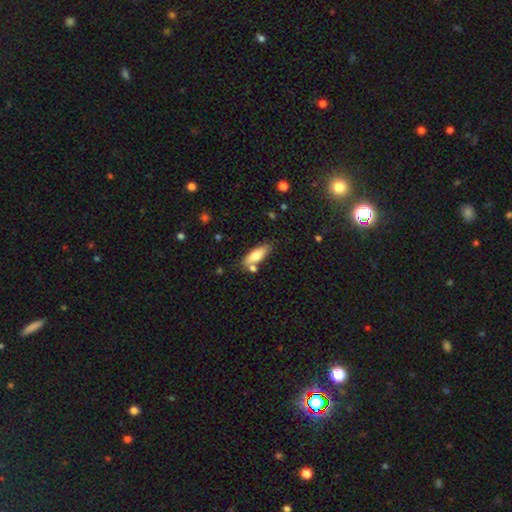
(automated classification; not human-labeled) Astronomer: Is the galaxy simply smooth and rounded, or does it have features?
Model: smooth — 71%.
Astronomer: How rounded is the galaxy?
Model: in between — 59% (runner-up: cigar-shaped, 38%).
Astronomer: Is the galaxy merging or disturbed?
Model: none — 70%.